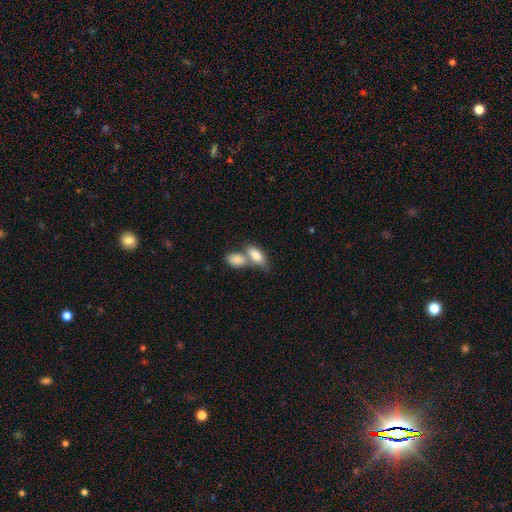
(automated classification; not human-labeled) This is likely a smooth galaxy (79%). How rounded: clearly in between (86%). Merging: possibly merger (58%).